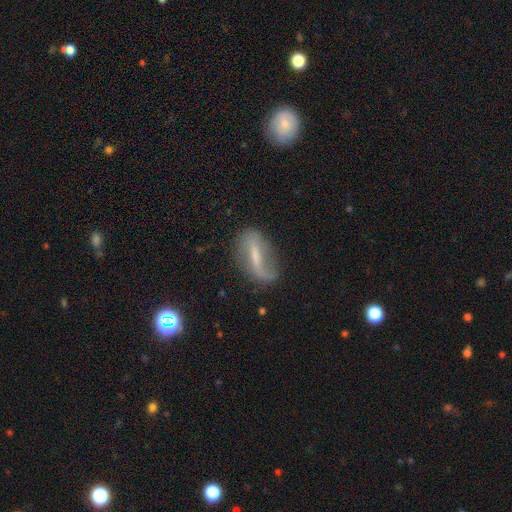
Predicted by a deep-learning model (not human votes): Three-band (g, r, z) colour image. It shows a featured or disk galaxy (63%) with a strong bar (46%), spiral arms (75%) and a small central bulge (40%). Merging: none (57%).